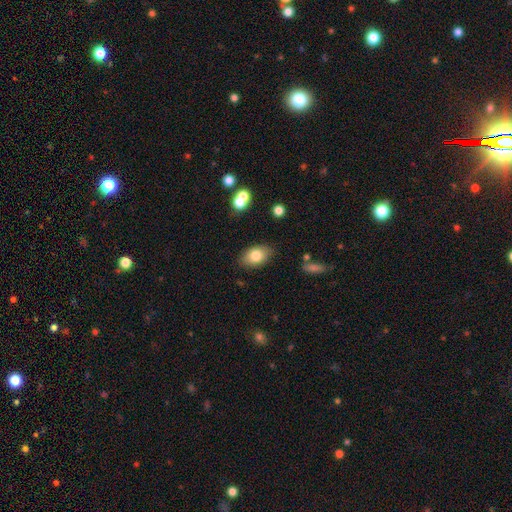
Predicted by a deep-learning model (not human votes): This appears to be a smooth galaxy with no disk features (79%) that is in between round and cigar-shaped (89%). Merging: none (82%).